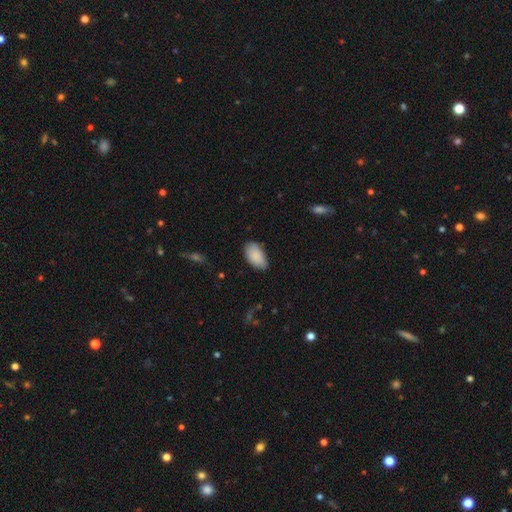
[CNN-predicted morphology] Smooth or featured: smooth — 89% (star or artifact — 6%)
How rounded: in between — 95% (round — 3%)
Merging: none — 76% (minor disturbance — 20%)